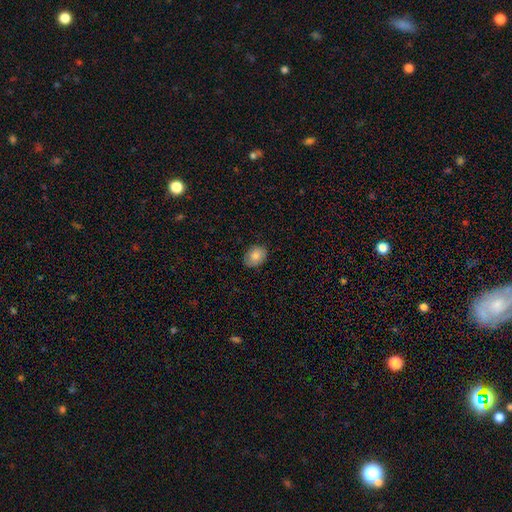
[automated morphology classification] Overall: smooth (82%). How rounded: in between (65%; round 34%). Merging: none (84%).